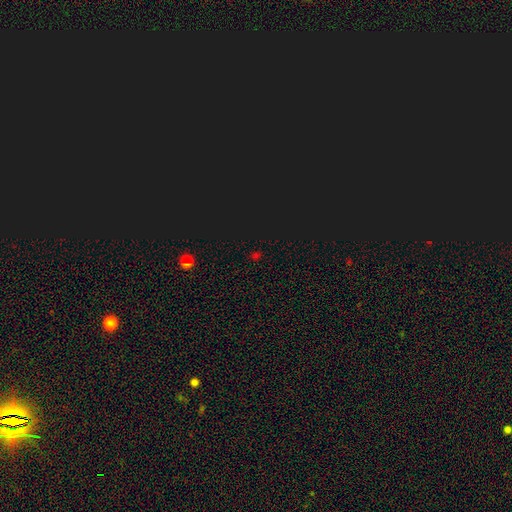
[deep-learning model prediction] Smooth or featured: star or artifact — 65% (smooth — 29%)